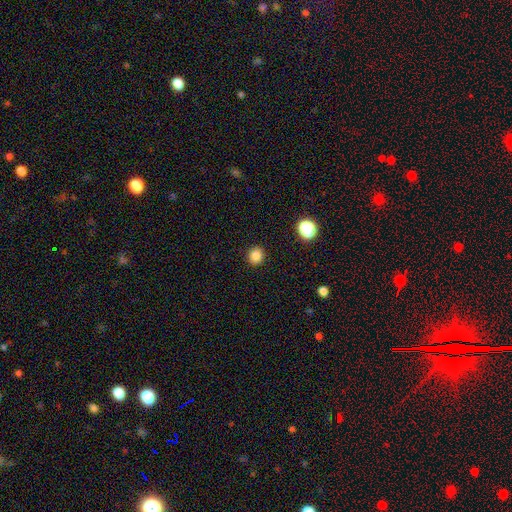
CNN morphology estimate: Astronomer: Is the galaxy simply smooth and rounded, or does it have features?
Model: smooth — 84%.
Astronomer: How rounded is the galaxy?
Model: round — 88%.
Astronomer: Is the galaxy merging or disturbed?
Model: none — 91%.